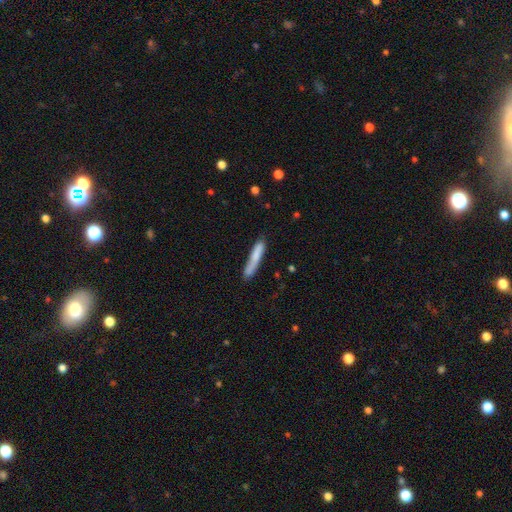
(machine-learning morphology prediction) Smooth or featured? Predicted: smooth (p=0.75). How rounded? Predicted: cigar-shaped (p=0.93). Merging? Predicted: none (p=0.69).